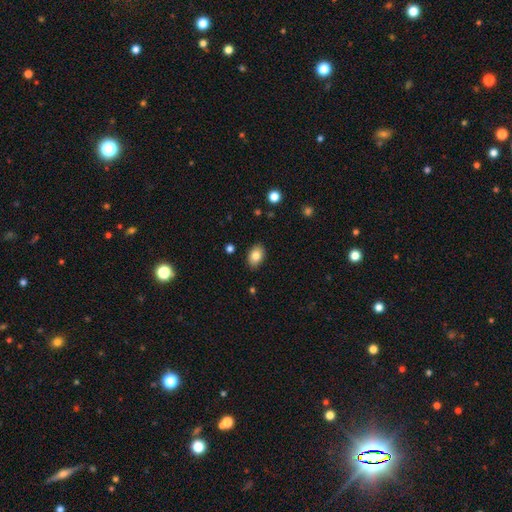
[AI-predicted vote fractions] Morphology: type=smooth (83%); roundness=in between (84%); merging=none (88%).